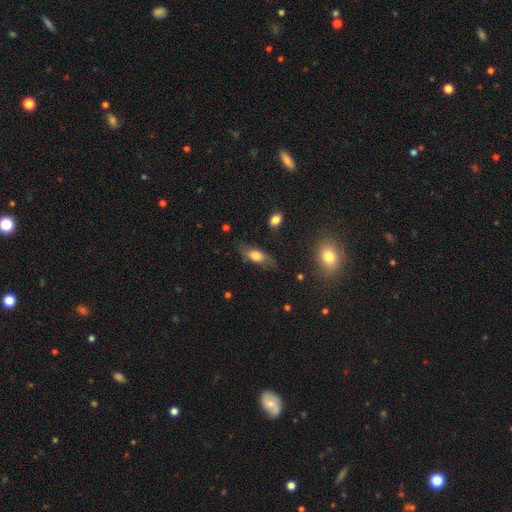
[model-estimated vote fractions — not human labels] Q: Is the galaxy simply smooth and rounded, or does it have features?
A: smooth — 52%.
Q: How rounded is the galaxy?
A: in between — 70%.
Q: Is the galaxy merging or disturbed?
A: none — 66%.